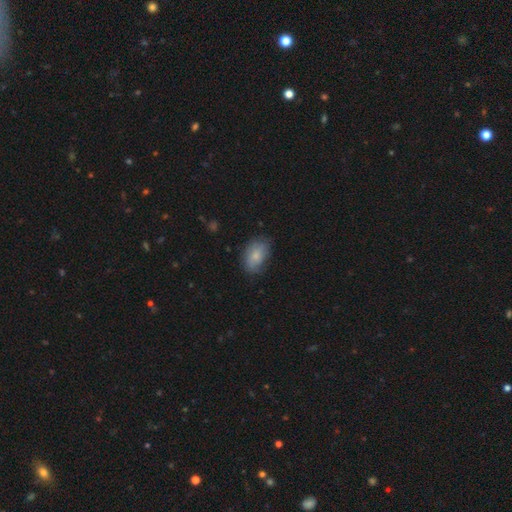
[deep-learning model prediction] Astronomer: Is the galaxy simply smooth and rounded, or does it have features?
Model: smooth — 74%.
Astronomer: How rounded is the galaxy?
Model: in between — 87%.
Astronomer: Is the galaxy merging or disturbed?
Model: none — 67%.